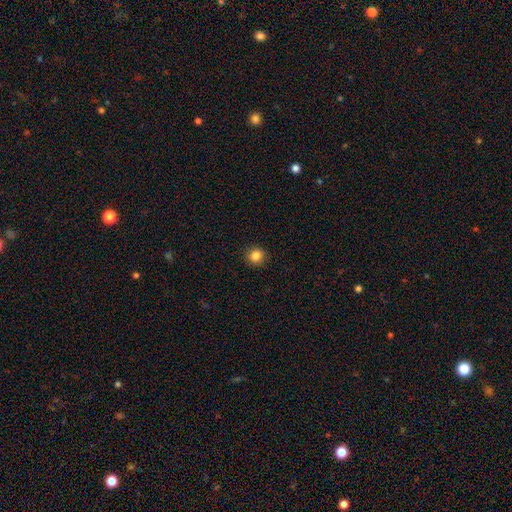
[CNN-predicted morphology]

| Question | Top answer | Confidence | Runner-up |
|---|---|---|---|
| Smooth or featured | smooth | 85% | star or artifact (11%) |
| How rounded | round | 92% | in between (7%) |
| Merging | none | 92% | minor disturbance (5%) |